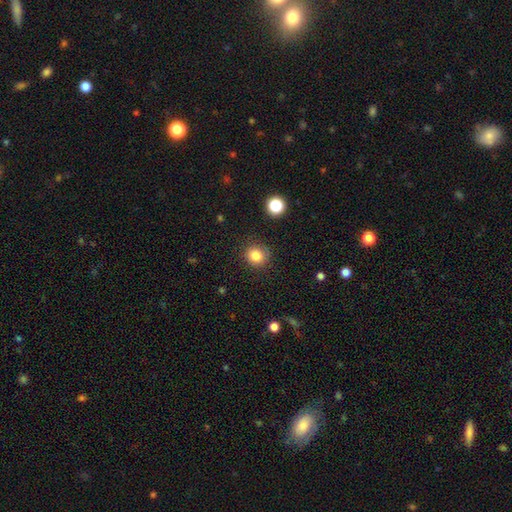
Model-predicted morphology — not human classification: Smooth or featured? smooth (82%)
How rounded? round (89%)
Merging? none (87%)